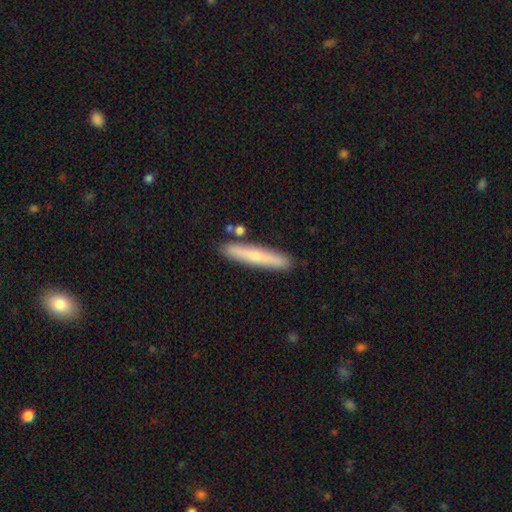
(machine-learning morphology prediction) The model was most divided on "smooth or featured": smooth: 57%, featured or disk: 37%, star or artifact: 6%. More confident: how rounded — cigar-shaped (93%); merging — none (86%).